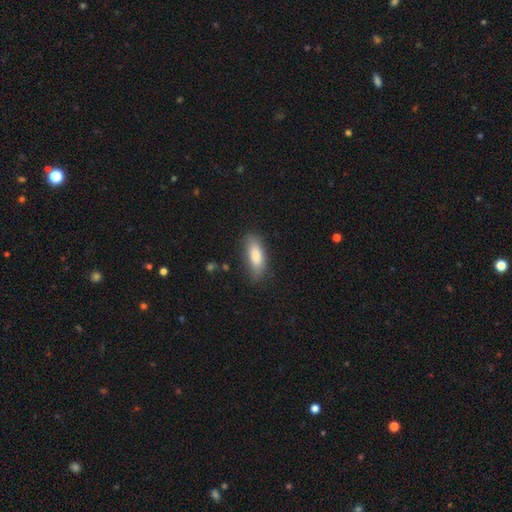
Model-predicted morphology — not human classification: Smooth or featured?
  - smooth: 83% *
  - featured or disk: 11%
  - star or artifact: 6%
How rounded?
  - in between: 76% *
  - cigar-shaped: 21%
  - round: 2%
Merging?
  - none: 76% *
  - minor disturbance: 18%
  - major disturbance: 4%
  - merger: 2%